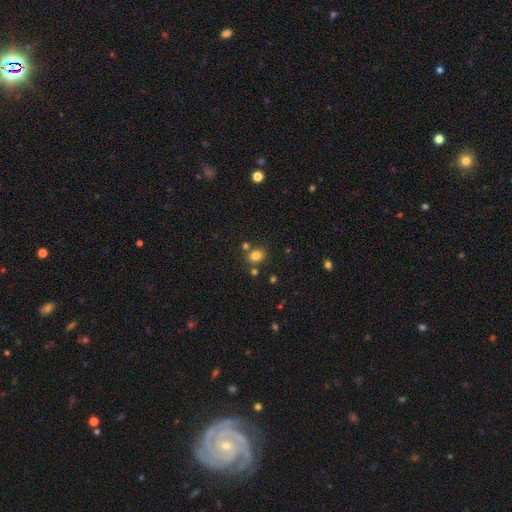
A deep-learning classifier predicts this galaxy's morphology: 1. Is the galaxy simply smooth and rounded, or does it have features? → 80% smooth, 13% star or artifact, 7% featured or disk.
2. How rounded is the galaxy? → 61% round, 38% in between, 1% cigar-shaped.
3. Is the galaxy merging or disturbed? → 72% none, 13% merger, 11% minor disturbance, 3% major disturbance.